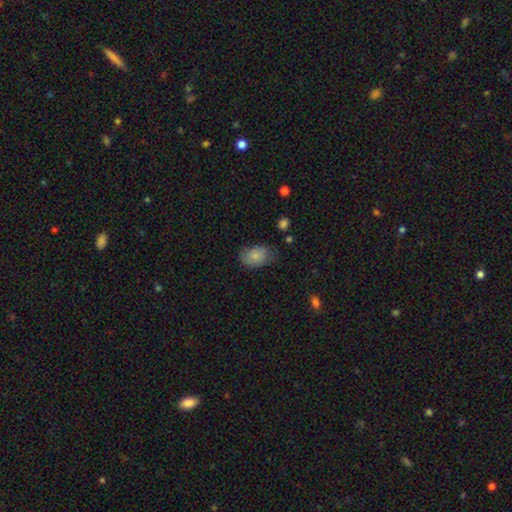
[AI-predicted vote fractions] This appears to be a smooth galaxy with no disk features (76%) that is in between round and cigar-shaped (85%). Merging: none (61%).